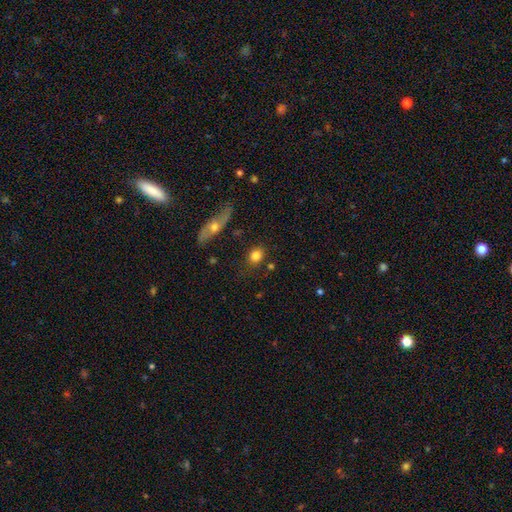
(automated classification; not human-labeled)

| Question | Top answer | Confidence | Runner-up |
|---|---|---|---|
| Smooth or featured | smooth | 81% | featured or disk (10%) |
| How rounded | round | 63% | in between (34%) |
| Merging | none | 81% | minor disturbance (11%) |